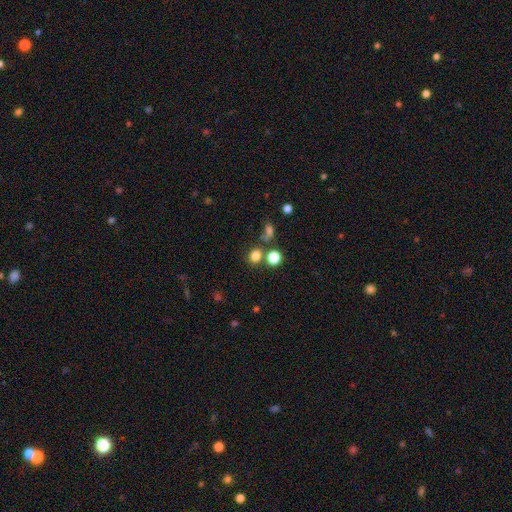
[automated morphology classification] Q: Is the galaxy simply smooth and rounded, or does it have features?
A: smooth — 78%.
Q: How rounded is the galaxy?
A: round — 76%.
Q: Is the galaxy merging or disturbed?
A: none — 66%.